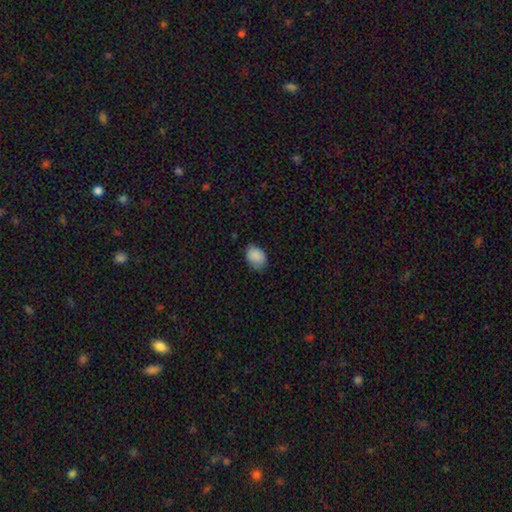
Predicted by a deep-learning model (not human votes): This appears to be a smooth galaxy with no disk features (89%) that is in between round and cigar-shaped (76%). Merging: none (74%).